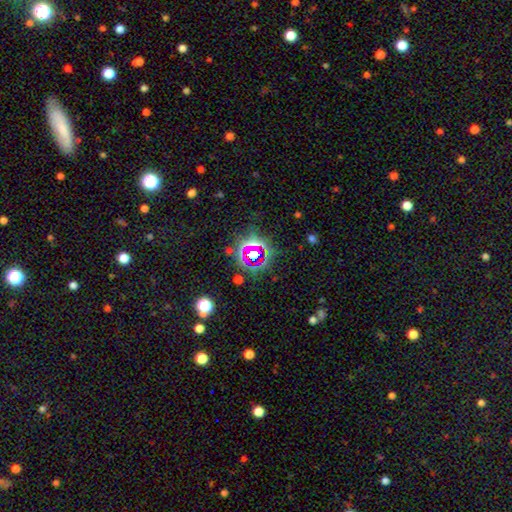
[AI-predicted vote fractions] The model was most divided on "smooth or featured": star or artifact: 70%, smooth: 18%, featured or disk: 11%.